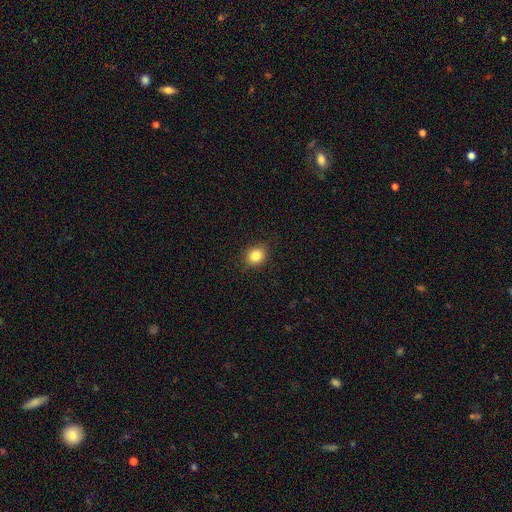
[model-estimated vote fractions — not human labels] A smooth galaxy with no disk features (84%) that is round (70%). Merging: none (88%).